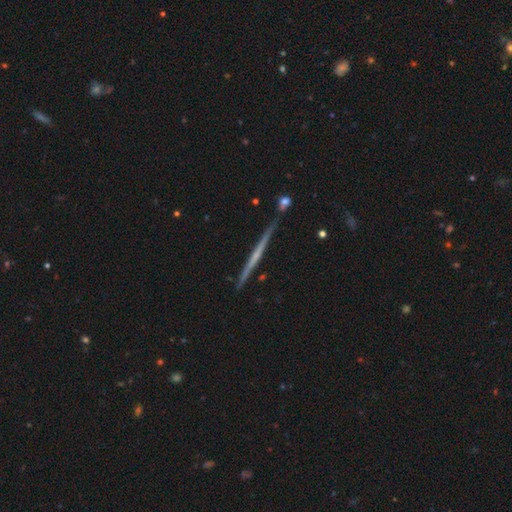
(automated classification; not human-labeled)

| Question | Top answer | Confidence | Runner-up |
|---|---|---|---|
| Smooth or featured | featured or disk | 69% | smooth (25%) |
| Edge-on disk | yes | 98% | no (2%) |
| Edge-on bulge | none | 76% | rounded (18%) |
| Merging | none | 85% | minor disturbance (10%) |